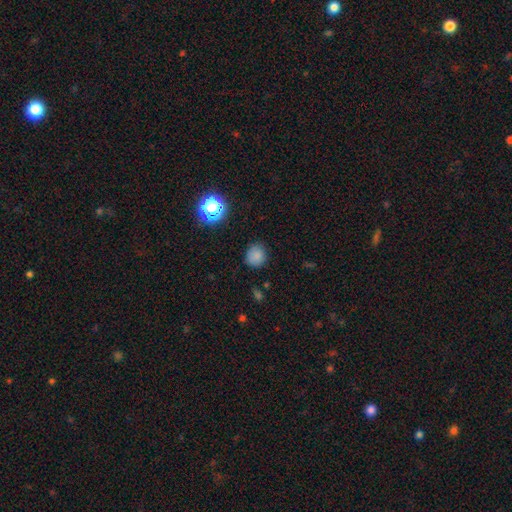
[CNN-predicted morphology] type=smooth (80%); roundness=round (82%); merging=none (80%).